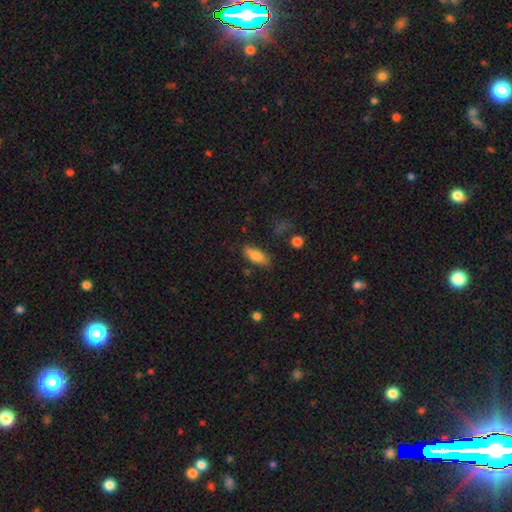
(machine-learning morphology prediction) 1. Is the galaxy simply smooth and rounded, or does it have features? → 79% smooth, 13% featured or disk, 7% star or artifact.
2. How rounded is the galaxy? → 78% in between, 19% cigar-shaped, 3% round.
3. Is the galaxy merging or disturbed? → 77% none, 16% minor disturbance, 4% major disturbance, 3% merger.